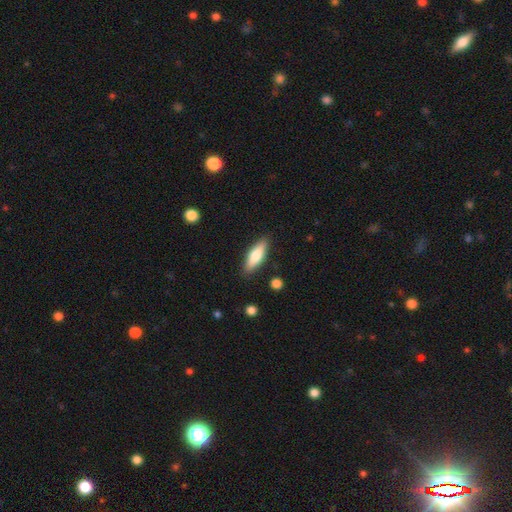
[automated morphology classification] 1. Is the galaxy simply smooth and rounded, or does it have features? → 66% smooth, 28% featured or disk, 6% star or artifact.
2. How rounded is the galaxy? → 51% cigar-shaped, 47% in between, 2% round.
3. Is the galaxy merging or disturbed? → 87% none, 9% minor disturbance, 2% major disturbance, 2% merger.